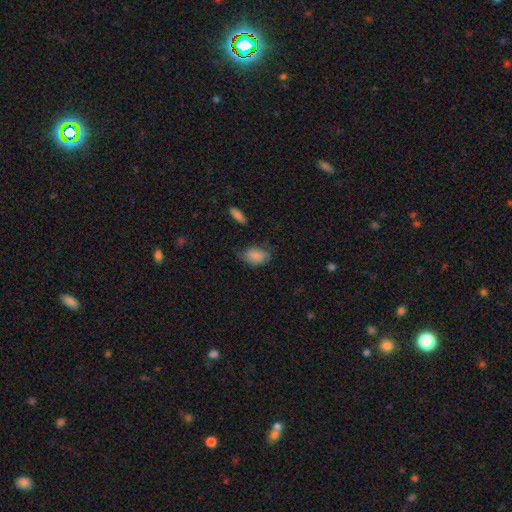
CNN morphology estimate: Smooth or featured: smooth — 77% (featured or disk — 15%)
How rounded: in between — 86% (round — 12%)
Merging: none — 53% (minor disturbance — 32%)